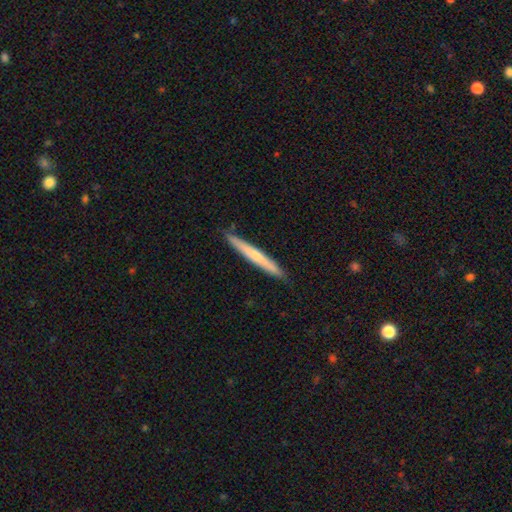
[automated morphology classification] Smooth or featured: smooth — 55% (featured or disk — 40%)
How rounded: cigar-shaped — 97% (in between — 2%)
Merging: none — 89% (minor disturbance — 8%)